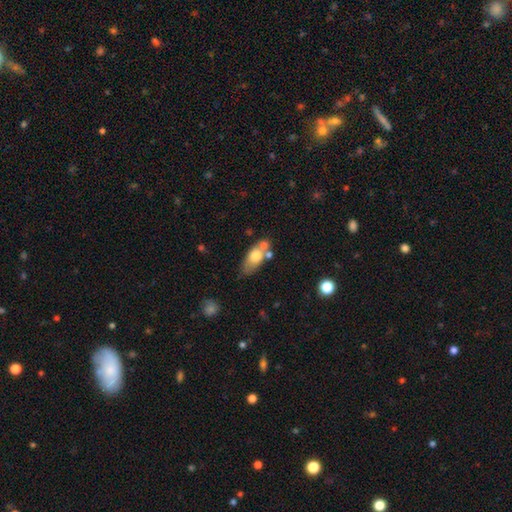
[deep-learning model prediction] Smooth or featured: smooth — 70% (featured or disk — 23%)
How rounded: in between — 80% (cigar-shaped — 12%)
Merging: none — 42% (merger — 28%)